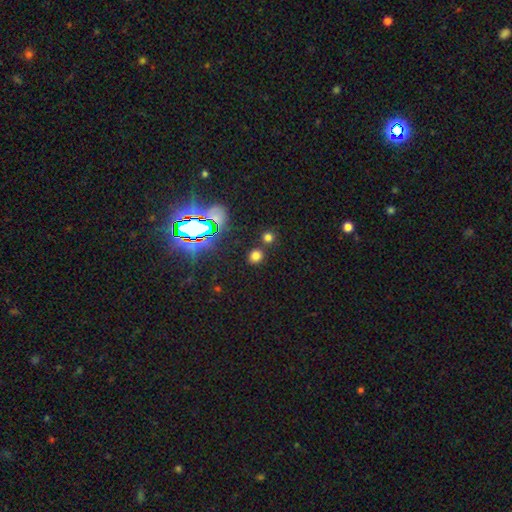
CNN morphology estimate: Smooth or featured: smooth — 69% (star or artifact — 25%)
How rounded: round — 80% (in between — 18%)
Merging: none — 81% (merger — 9%)